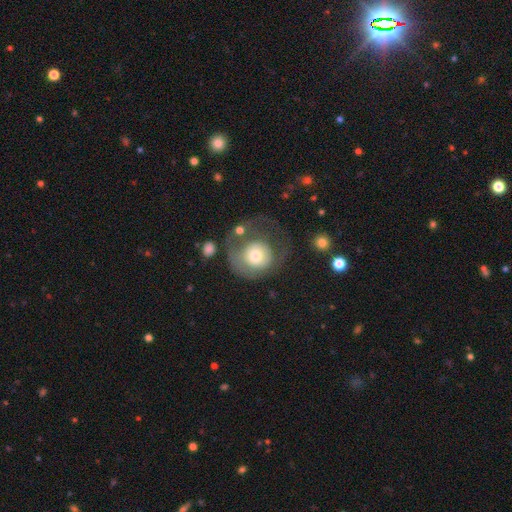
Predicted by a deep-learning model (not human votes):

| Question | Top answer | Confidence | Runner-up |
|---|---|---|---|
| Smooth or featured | smooth | 55% | featured or disk (38%) |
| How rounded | round | 85% | in between (14%) |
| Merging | major disturbance | 45% | none (31%) |